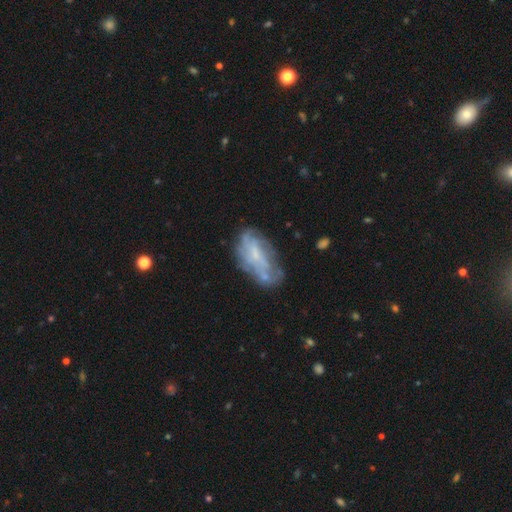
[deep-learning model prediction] Smooth or featured? Predicted: featured or disk (p=0.60). Edge-on disk? Predicted: no (p=0.92). Bar? Predicted: no (p=0.60). Spiral arms? Predicted: yes (p=0.50, tied with no). Bulge size? Predicted: small (p=0.50). Merging? Predicted: none (p=0.52).